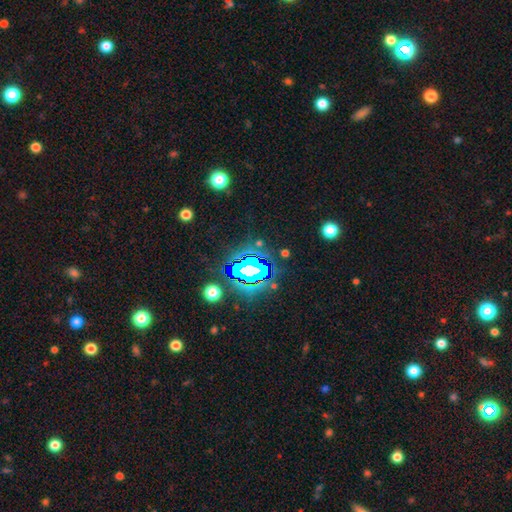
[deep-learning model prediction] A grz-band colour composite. It shows a star or artifact, not a galaxy (80%).